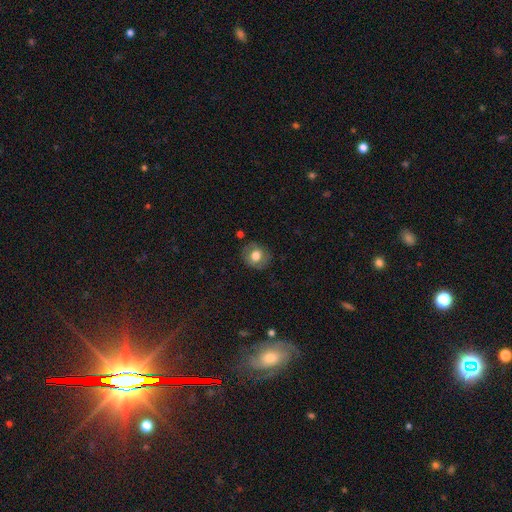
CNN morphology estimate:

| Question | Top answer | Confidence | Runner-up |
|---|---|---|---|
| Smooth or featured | smooth | 70% | featured or disk (22%) |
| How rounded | round | 76% | in between (23%) |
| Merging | none | 81% | minor disturbance (14%) |